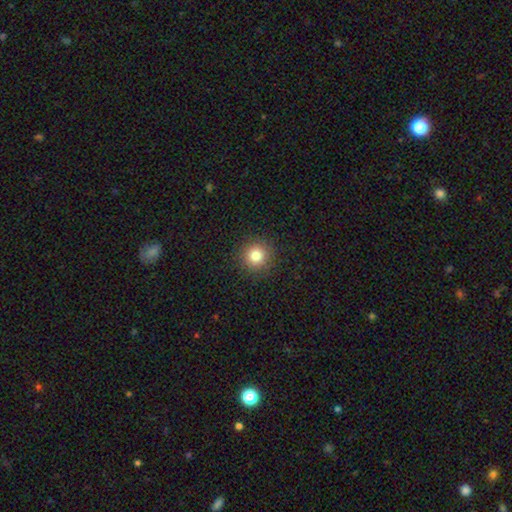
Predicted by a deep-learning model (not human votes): The model was most divided on "smooth or featured": smooth: 82%, star or artifact: 12%, featured or disk: 6%. More confident: how rounded — round (94%); merging — none (91%).